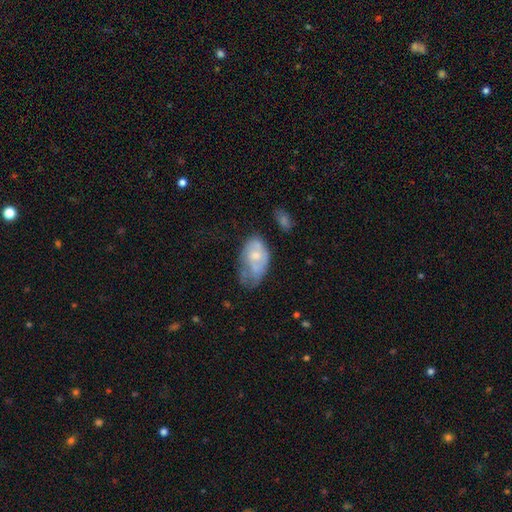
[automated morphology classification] Smooth or featured?
  - smooth: 46% *
  - featured or disk: 45%
  - star or artifact: 9%
Merging?
  - minor disturbance: 37% *
  - none: 32%
  - major disturbance: 23%
  - merger: 8%